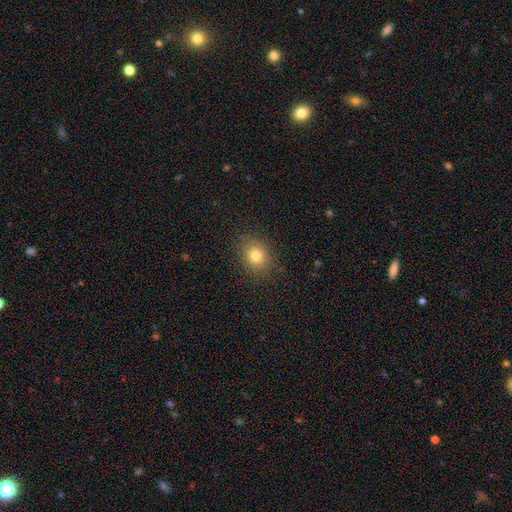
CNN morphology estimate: Smooth or featured: smooth — 78% (star or artifact — 13%)
How rounded: round — 63% (in between — 36%)
Merging: none — 87% (minor disturbance — 9%)